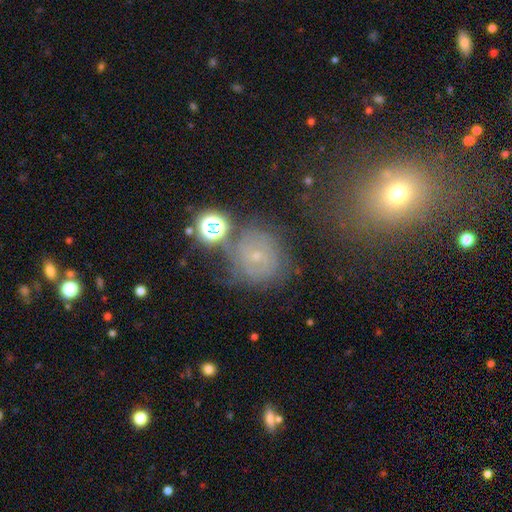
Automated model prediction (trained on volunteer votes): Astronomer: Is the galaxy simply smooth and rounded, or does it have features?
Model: featured or disk — 48% (runner-up: smooth, 30%).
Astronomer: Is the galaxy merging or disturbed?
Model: none — 68%.